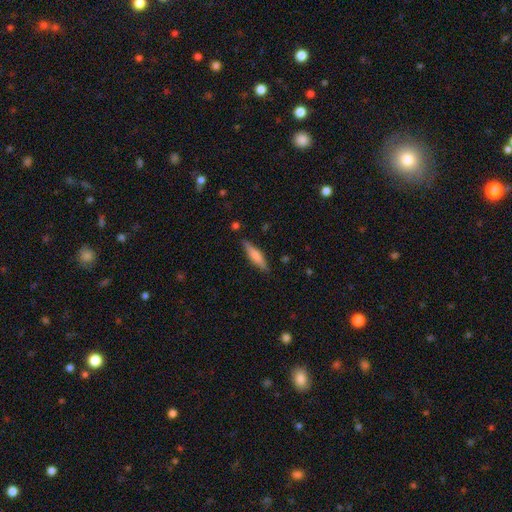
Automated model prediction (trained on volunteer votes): Morphology: type=smooth (59%); roundness=cigar-shaped (76%); merging=none (84%).